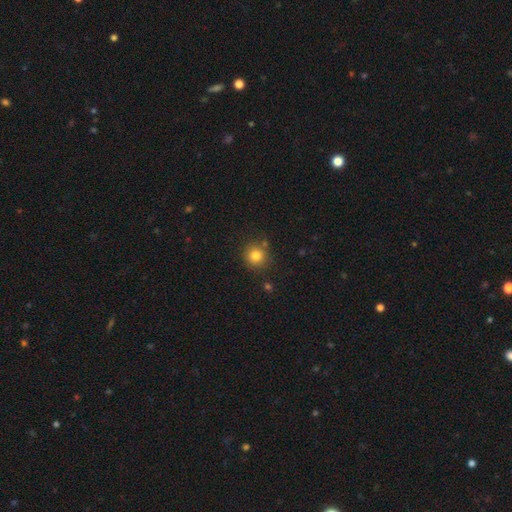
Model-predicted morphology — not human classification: Smooth or featured: smooth — 81% (star or artifact — 12%)
How rounded: round — 93% (in between — 6%)
Merging: none — 81% (minor disturbance — 10%)